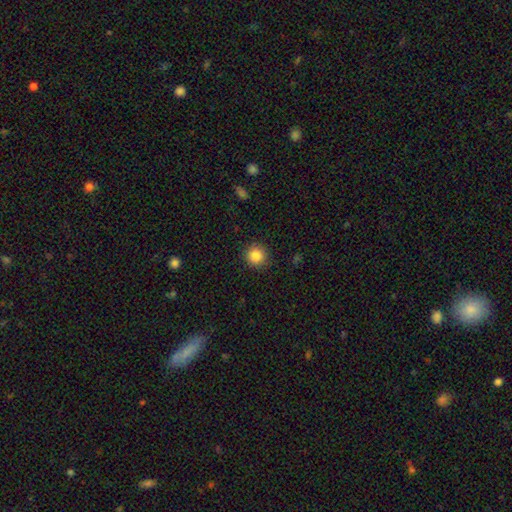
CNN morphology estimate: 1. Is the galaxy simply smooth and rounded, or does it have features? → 86% smooth, 10% star or artifact, 4% featured or disk.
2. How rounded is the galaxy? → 94% round, 5% in between, 1% cigar-shaped.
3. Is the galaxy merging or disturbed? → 90% none, 7% minor disturbance, 2% major disturbance, 1% merger.